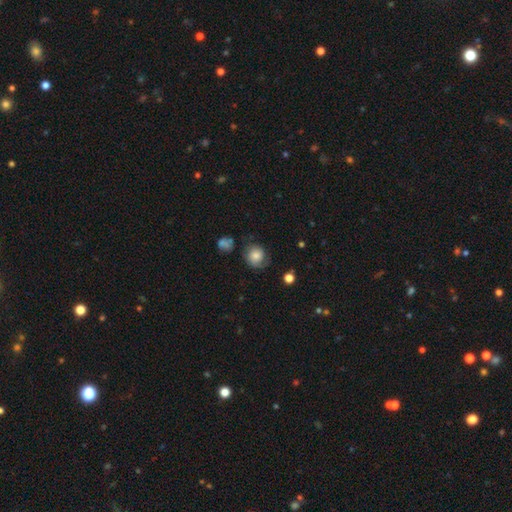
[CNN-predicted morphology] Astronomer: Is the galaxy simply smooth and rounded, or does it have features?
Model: smooth — 65%.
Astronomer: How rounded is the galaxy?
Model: round — 75%.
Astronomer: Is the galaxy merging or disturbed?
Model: none — 58%.